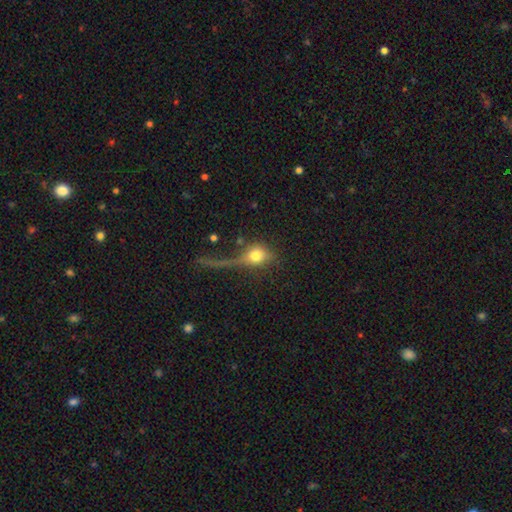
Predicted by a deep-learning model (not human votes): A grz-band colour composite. It shows a smooth galaxy with no disk features (68%) that is round (57%). Merging: major disturbance (48%).